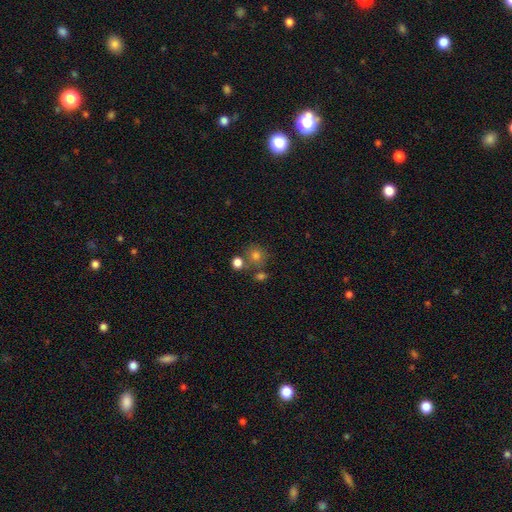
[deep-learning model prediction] smooth 74%, star or artifact 15%, featured or disk 11%. Down the decision tree: how rounded — round (86%); merging — none (62%).